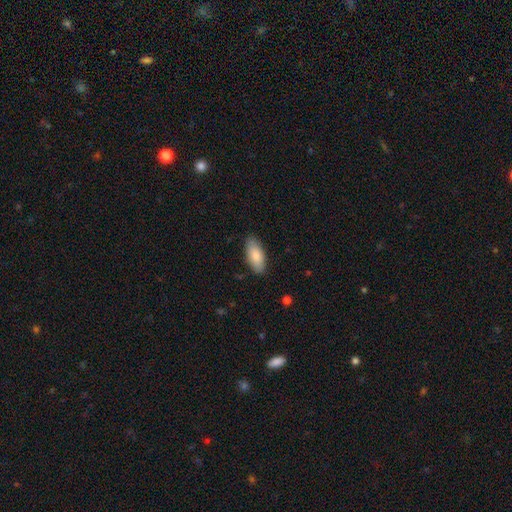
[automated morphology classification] Smooth or featured: smooth — 85% (featured or disk — 10%)
How rounded: in between — 88% (cigar-shaped — 10%)
Merging: none — 85% (minor disturbance — 12%)